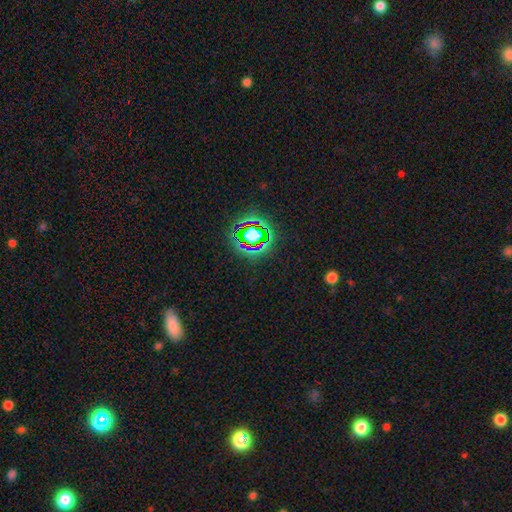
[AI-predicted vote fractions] Smooth or featured? star or artifact (72%)